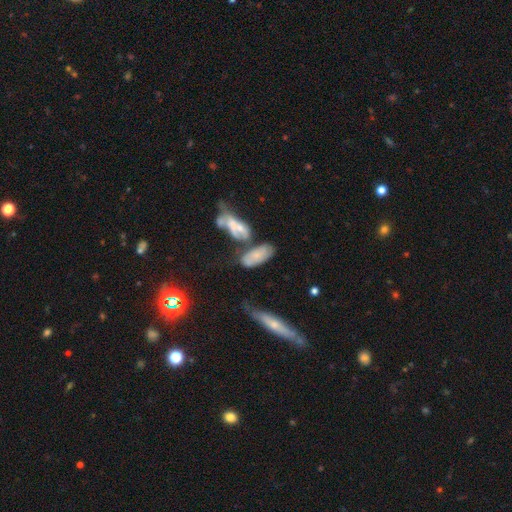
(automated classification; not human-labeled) A smooth galaxy with no disk features (59%) that is in between round and cigar-shaped (84%).

Vote fractions:
- Smooth or featured? smooth: 59% / featured or disk: 31% / star or artifact: 10%
- How rounded? in between: 84% / cigar-shaped: 13% / round: 3%
- Merging? none: 38% / merger: 32% / minor disturbance: 18% / major disturbance: 12%